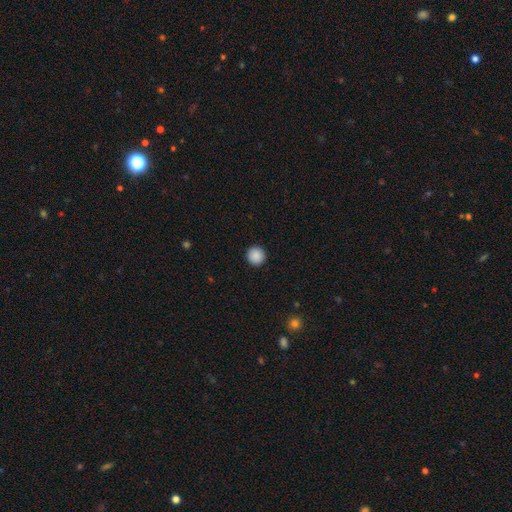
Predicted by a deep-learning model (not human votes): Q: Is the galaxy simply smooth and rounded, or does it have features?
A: smooth — 89%.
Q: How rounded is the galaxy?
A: round — 95%.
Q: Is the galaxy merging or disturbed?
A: none — 93%.